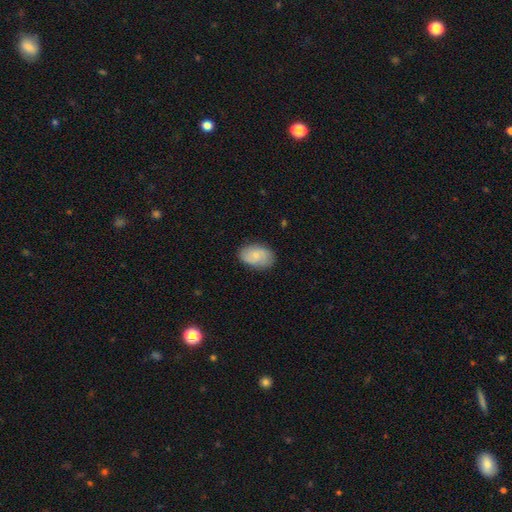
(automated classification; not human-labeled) Smooth or featured?
  - smooth: 60% *
  - featured or disk: 33%
  - star or artifact: 7%
How rounded?
  - in between: 85% *
  - round: 13%
  - cigar-shaped: 1%
Merging?
  - none: 79% *
  - minor disturbance: 16%
  - major disturbance: 4%
  - merger: 1%